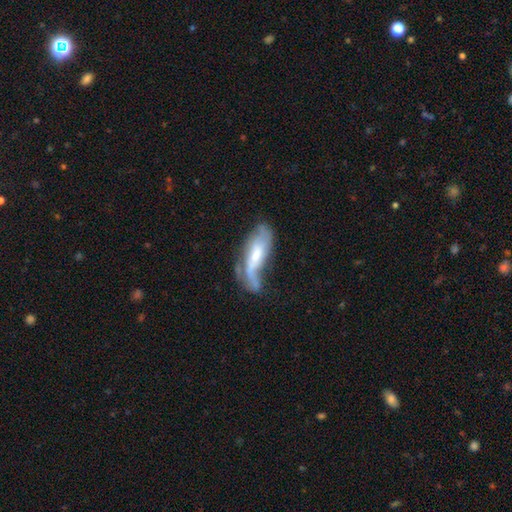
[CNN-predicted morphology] This appears to be a featured or disk galaxy (56%). Merging: major disturbance (33%).